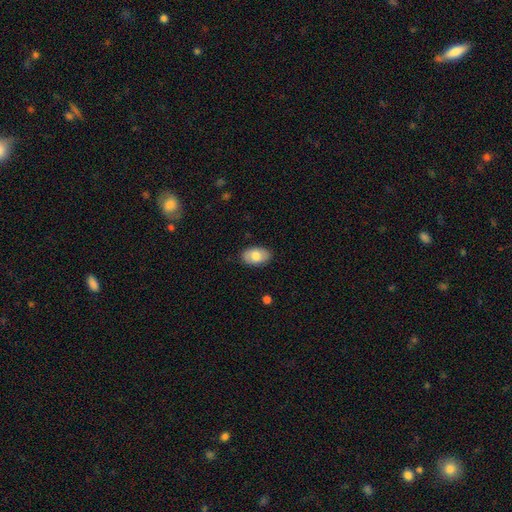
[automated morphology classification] The model was most divided on "smooth or featured": smooth: 78%, featured or disk: 16%, star or artifact: 6%. More confident: how rounded — in between (91%); merging — none (86%).